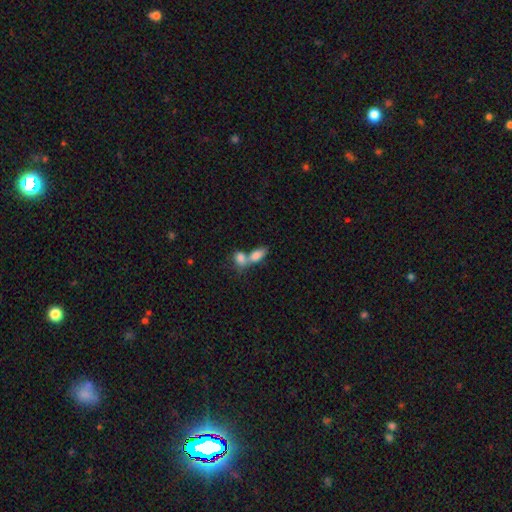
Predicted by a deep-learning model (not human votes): A smooth galaxy with no disk features (81%) that is in between round and cigar-shaped (84%). Merging: merger (67%).